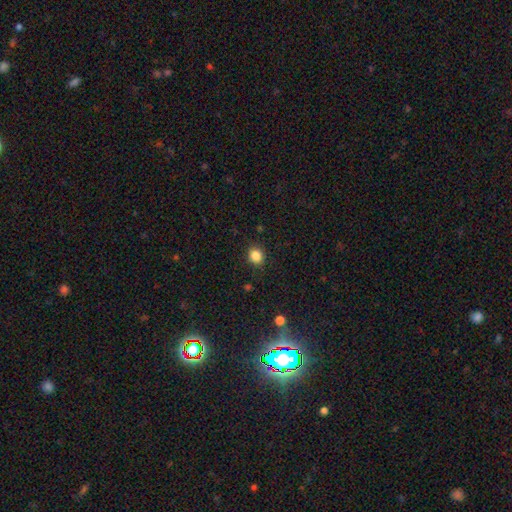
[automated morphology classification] smooth-or-featured: smooth: 85% | star or artifact: 11% | featured or disk: 4%
  how-rounded: round: 79% | in between: 20% | cigar-shaped: 1%
  merging: none: 88% | minor disturbance: 9% | major disturbance: 3% | merger: 1%